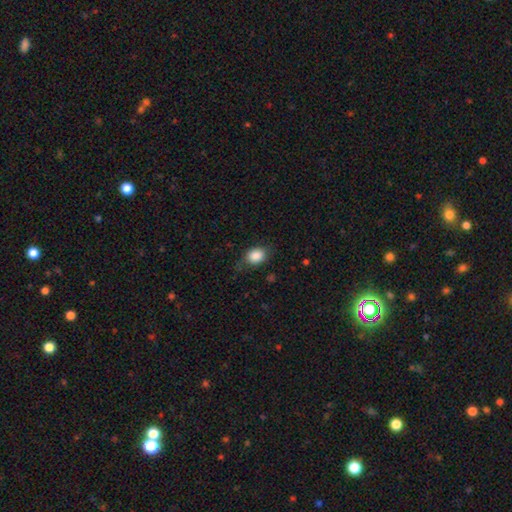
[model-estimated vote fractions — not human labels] Overall: smooth (86%). How rounded: in between (58%; round 41%). Merging: none (73%).